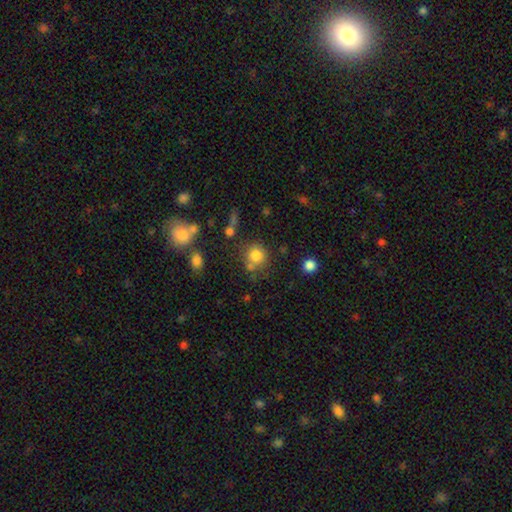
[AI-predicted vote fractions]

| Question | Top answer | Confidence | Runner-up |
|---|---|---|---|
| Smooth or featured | smooth | 81% | star or artifact (12%) |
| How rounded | round | 90% | in between (9%) |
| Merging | none | 68% | merger (15%) |